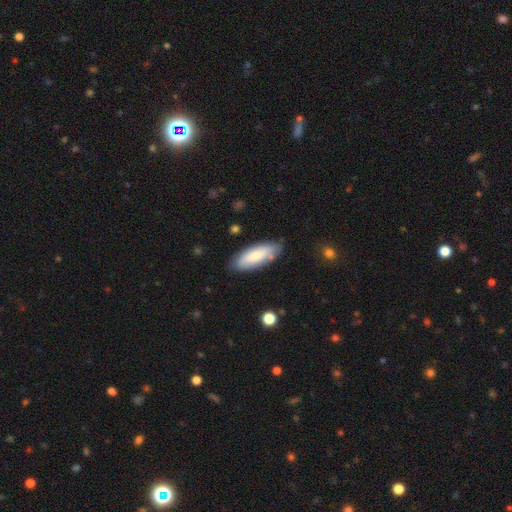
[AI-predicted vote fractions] Smooth or featured? Predicted: smooth (p=0.79). How rounded? Predicted: in between (p=0.70). Merging? Predicted: none (p=0.81).